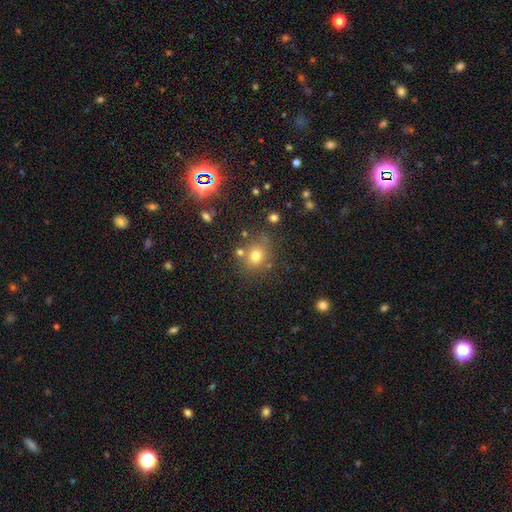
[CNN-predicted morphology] A smooth galaxy with no disk features (72%) that is round (71%). Merging: none (71%).